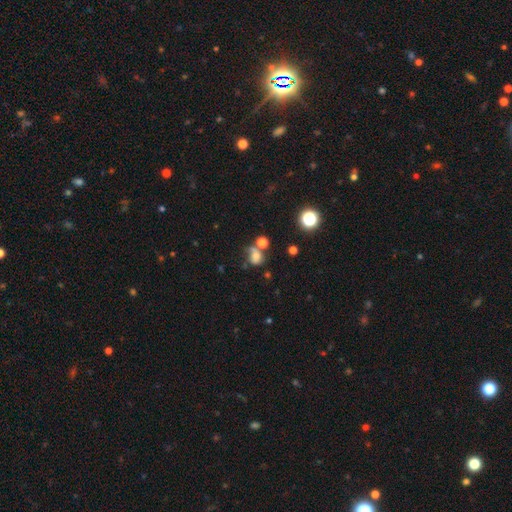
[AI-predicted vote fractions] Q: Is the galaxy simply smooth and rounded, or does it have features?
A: smooth — 57%.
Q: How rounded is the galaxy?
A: round — 60%.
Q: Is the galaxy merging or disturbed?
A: none — 34%.